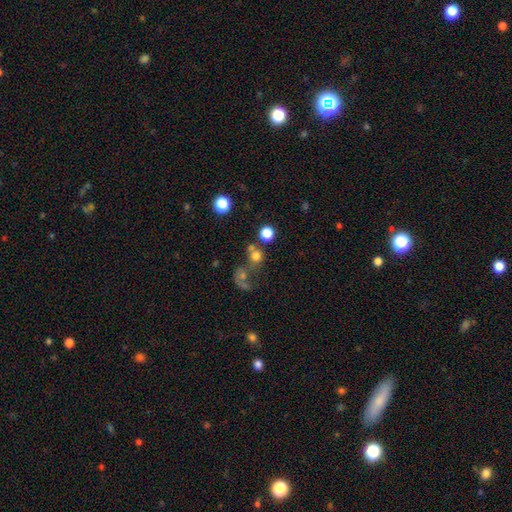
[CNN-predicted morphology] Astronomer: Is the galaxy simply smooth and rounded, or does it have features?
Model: smooth — 69%.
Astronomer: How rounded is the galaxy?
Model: round — 85%.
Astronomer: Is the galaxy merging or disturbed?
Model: none — 42% (runner-up: merger, 41%).